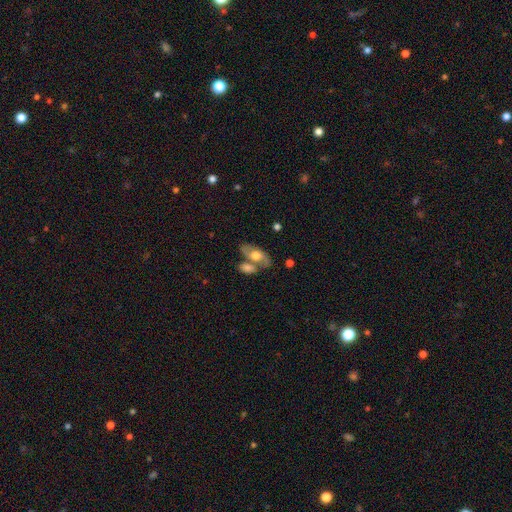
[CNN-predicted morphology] This appears to be a featured or disk galaxy (53%). Merging: none (46%).